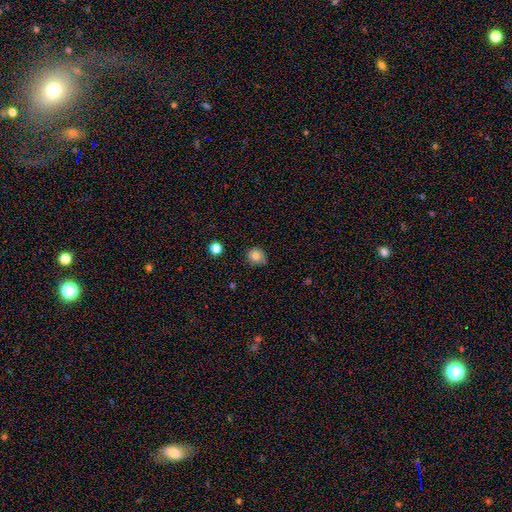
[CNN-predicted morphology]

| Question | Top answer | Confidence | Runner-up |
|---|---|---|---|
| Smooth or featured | smooth | 79% | star or artifact (12%) |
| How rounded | round | 88% | in between (11%) |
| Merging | none | 70% | minor disturbance (23%) |